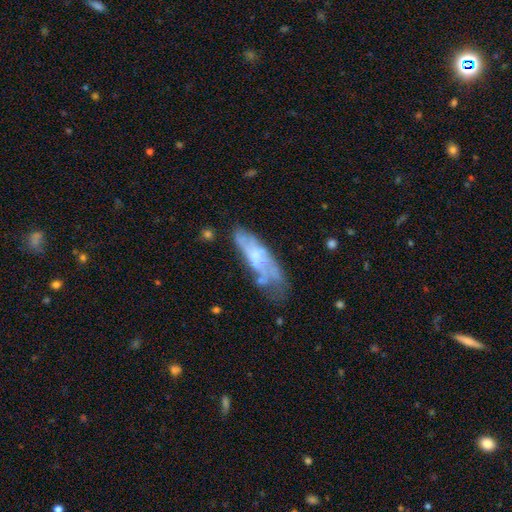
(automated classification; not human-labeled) Overall: featured or disk (57%; smooth 35%). Edge-on disk: no (75%). Merging: none (46%; minor disturbance 28%).